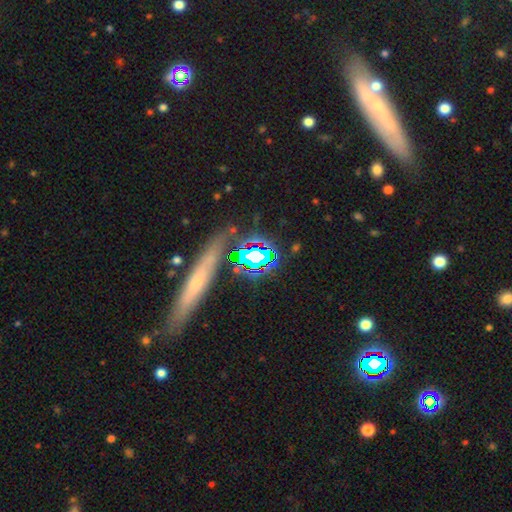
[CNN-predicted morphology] Smooth or featured? star or artifact (57%)